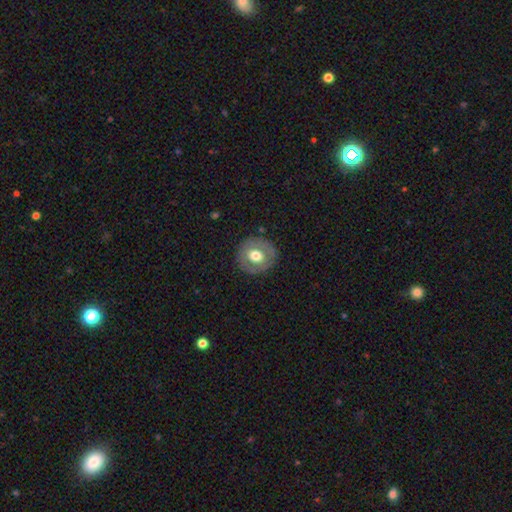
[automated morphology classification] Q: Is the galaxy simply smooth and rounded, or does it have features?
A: smooth — 54%.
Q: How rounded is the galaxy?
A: round — 86%.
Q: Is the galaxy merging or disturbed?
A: none — 84%.